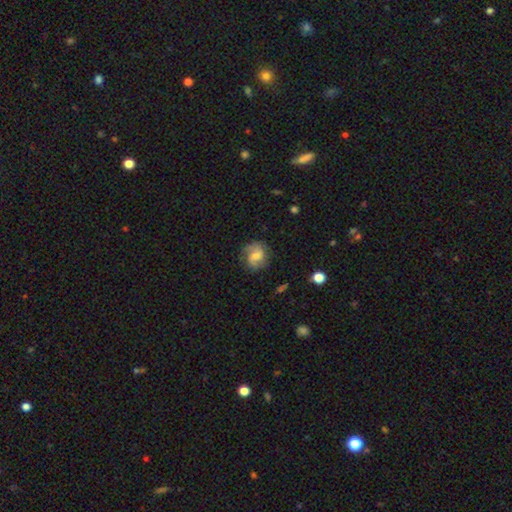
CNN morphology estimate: featured or disk 62%, smooth 30%, star or artifact 8%. Down the decision tree: edge-on disk — no (97%); bar — weak (51%); spiral arms — yes (91%); spiral arm count — 2 (73%); spiral winding — medium (46%); bulge size — small (41%); merging — none (72%).